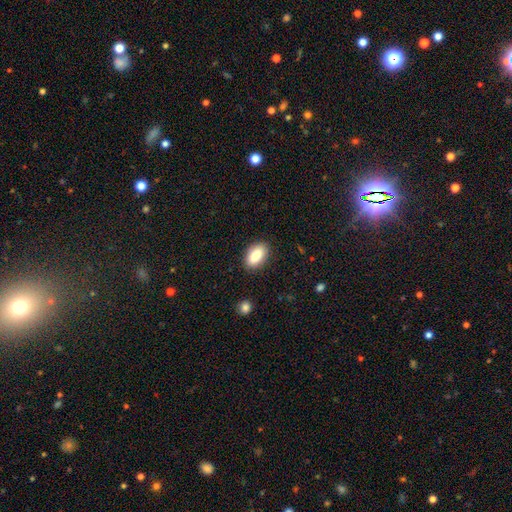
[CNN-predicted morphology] A smooth galaxy with no disk features (86%) that is in between round and cigar-shaped (91%). Merging: none (87%).